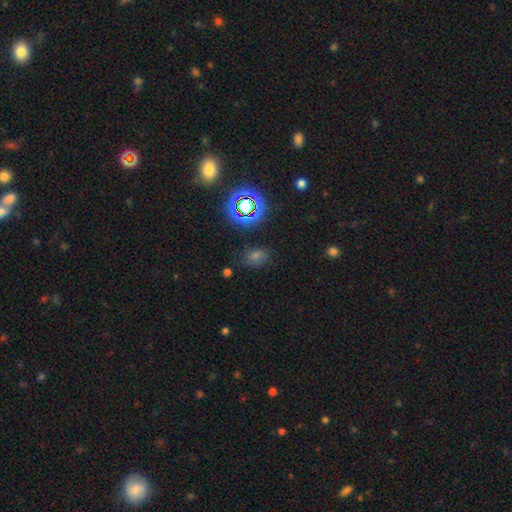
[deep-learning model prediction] Q: Smooth or featured?
A: smooth (51%); runner-up: star or artifact (39%)
Q: How rounded?
A: in between (67%); runner-up: round (31%)
Q: Merging?
A: none (81%); runner-up: minor disturbance (12%)